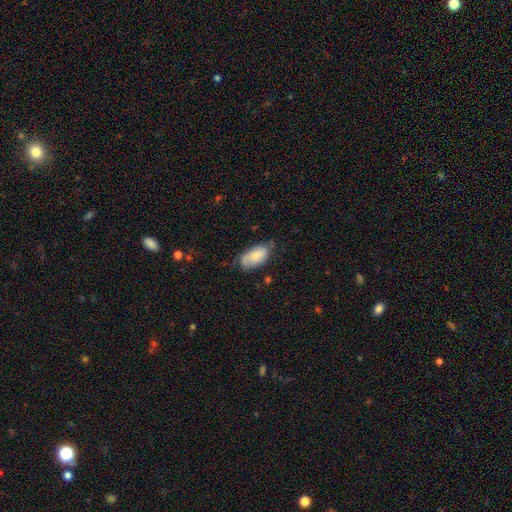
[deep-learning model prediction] Smooth or featured? smooth (76%)
How rounded? in between (93%)
Merging? none (60%)